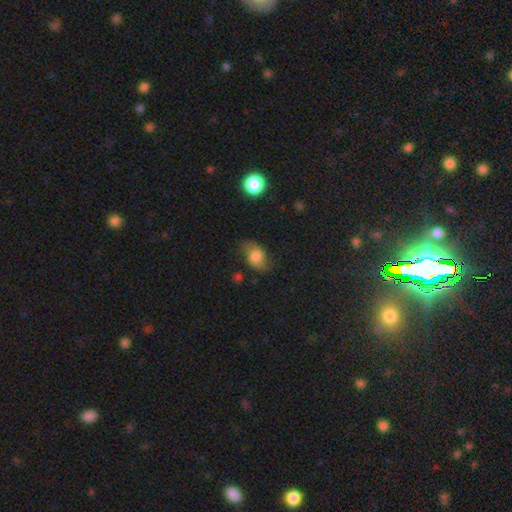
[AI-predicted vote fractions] Overall: smooth (57%; featured or disk 31%). How rounded: in between (73%). Merging: none (64%; minor disturbance 24%).